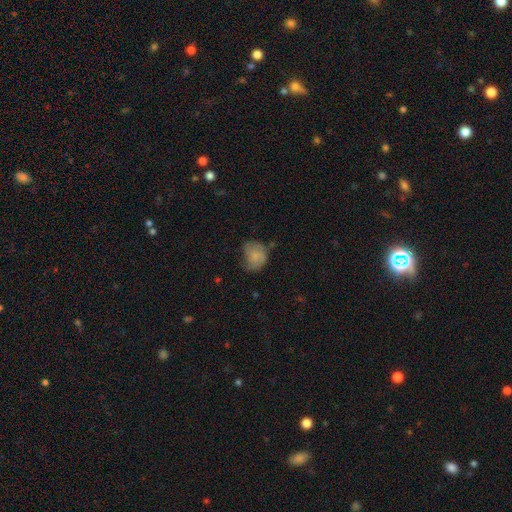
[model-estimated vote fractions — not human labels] smooth 73%, featured or disk 18%, star or artifact 9%. Down the decision tree: how rounded — round (60%); merging — none (45%).